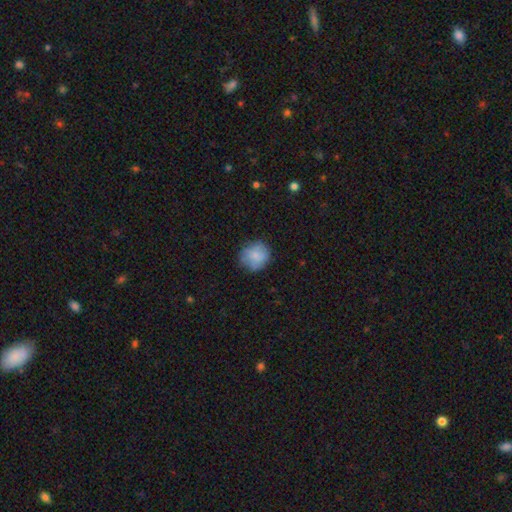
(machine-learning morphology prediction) Q: Smooth or featured?
A: smooth (82%); runner-up: featured or disk (11%)
Q: How rounded?
A: round (86%); runner-up: in between (13%)
Q: Merging?
A: none (76%); runner-up: minor disturbance (18%)